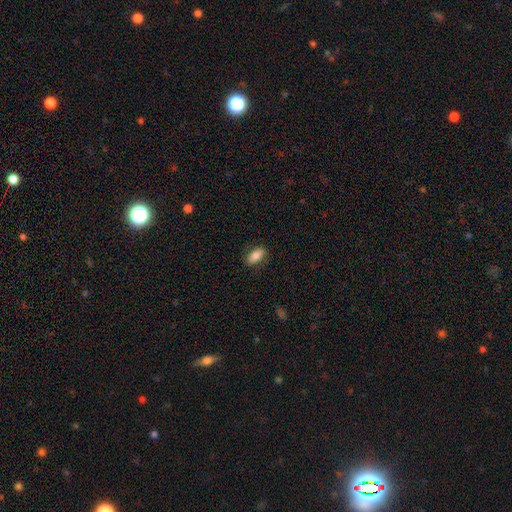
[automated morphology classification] The model was most divided on "smooth or featured": smooth: 79%, featured or disk: 14%, star or artifact: 7%. More confident: how rounded — in between (88%); merging — none (82%).